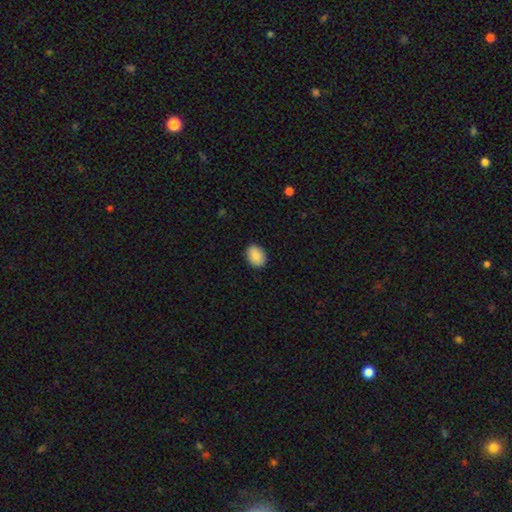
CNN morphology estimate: Overall: smooth (88%). How rounded: in between (68%; round 31%). Merging: none (88%).